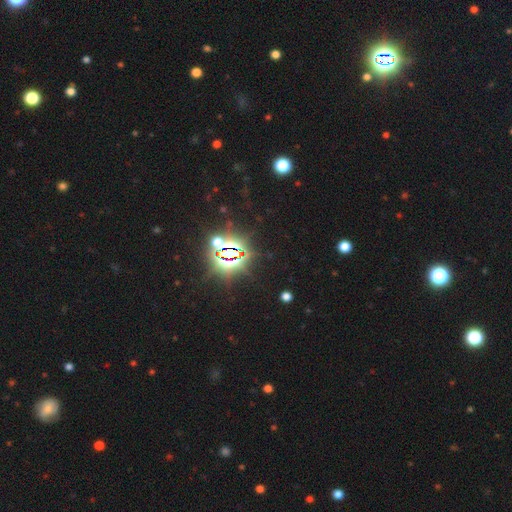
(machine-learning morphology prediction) Smooth or featured?
  - star or artifact: 85% *
  - smooth: 9%
  - featured or disk: 6%